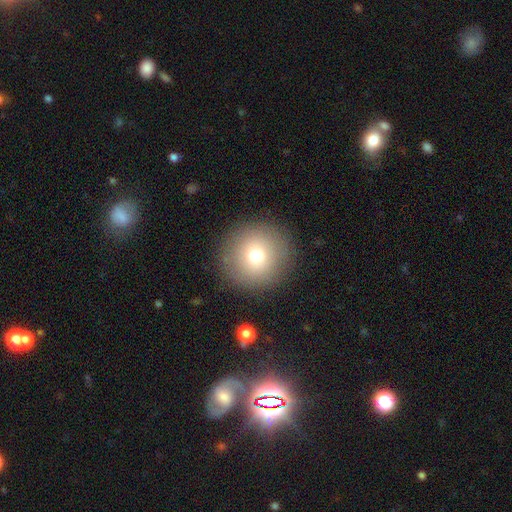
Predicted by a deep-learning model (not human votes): Q: Smooth or featured?
A: smooth (75%); runner-up: featured or disk (13%)
Q: How rounded?
A: round (95%); runner-up: in between (4%)
Q: Merging?
A: none (90%); runner-up: minor disturbance (6%)